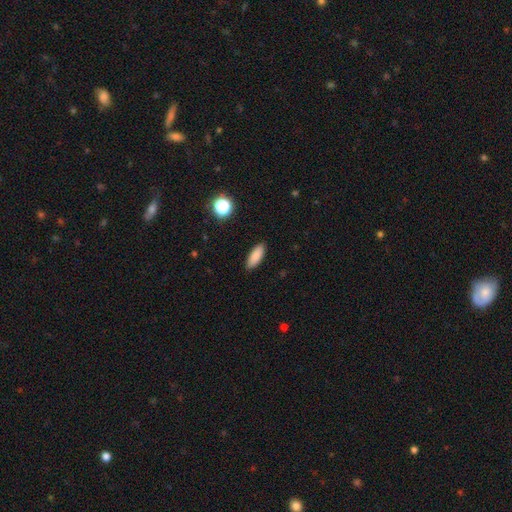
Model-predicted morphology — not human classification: A smooth galaxy with no disk features (87%) that is in between round and cigar-shaped (69%).

Vote fractions:
- Smooth or featured? smooth: 87% / star or artifact: 8% / featured or disk: 5%
- How rounded? in between: 69% / cigar-shaped: 28% / round: 2%
- Merging? none: 90% / minor disturbance: 7% / major disturbance: 2% / merger: 1%